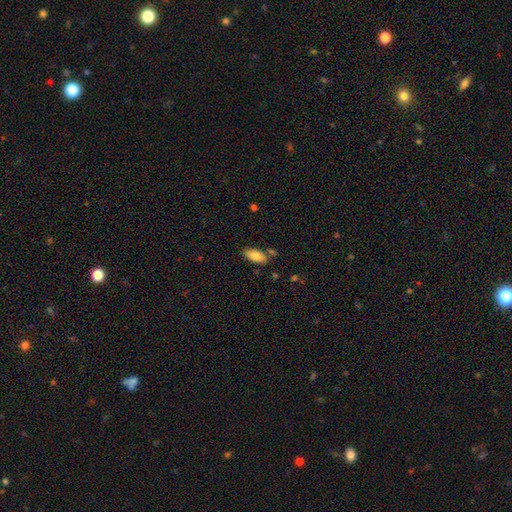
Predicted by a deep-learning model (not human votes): This appears to be a smooth galaxy with no disk features (83%) that is in between round and cigar-shaped (90%). Merging: none (73%).